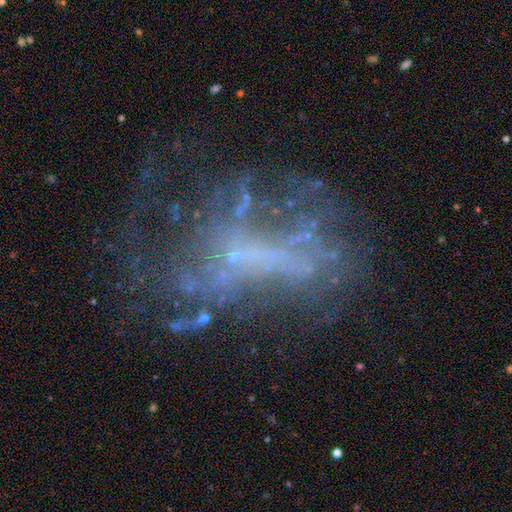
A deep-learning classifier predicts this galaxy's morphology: Smooth or featured?
  - featured or disk: 59% *
  - star or artifact: 24%
  - smooth: 17%
Edge-on disk?
  - no: 95% *
  - yes: 5%
Bar?
  - no: 78% *
  - weak: 15%
  - strong: 7%
Spiral arms?
  - no: 79% *
  - yes: 21%
Bulge size?
  - none: 71% *
  - small: 19%
  - moderate: 6%
  - large: 2%
  - dominant: 1%
Merging?
  - none: 41% *
  - major disturbance: 37%
  - minor disturbance: 16%
  - merger: 6%